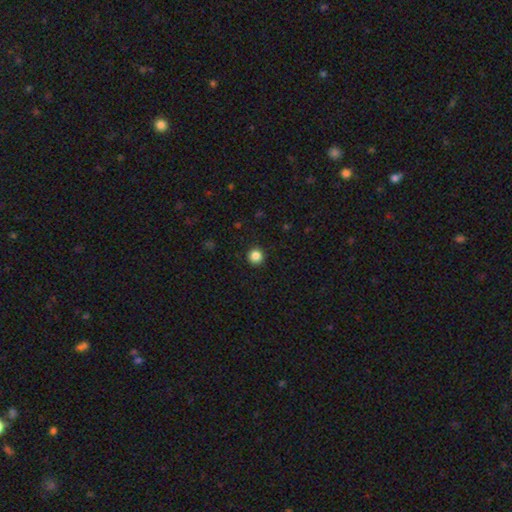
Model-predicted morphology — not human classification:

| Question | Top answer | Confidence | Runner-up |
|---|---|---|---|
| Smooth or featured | smooth | 85% | star or artifact (11%) |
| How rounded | round | 95% | in between (4%) |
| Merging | none | 92% | minor disturbance (5%) |